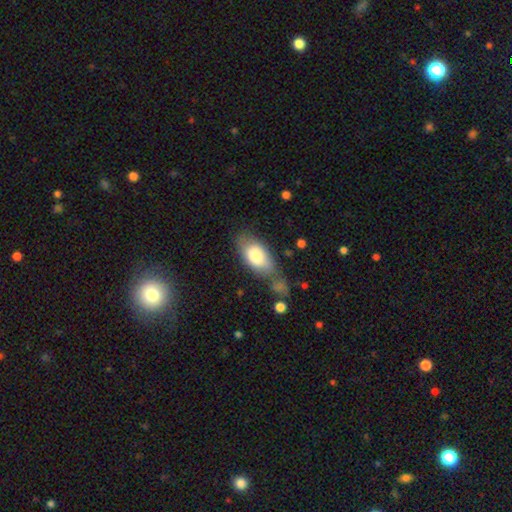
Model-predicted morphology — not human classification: Smooth or featured? Predicted: smooth (p=0.78). How rounded? Predicted: in between (p=0.90). Merging? Predicted: none (p=0.52).